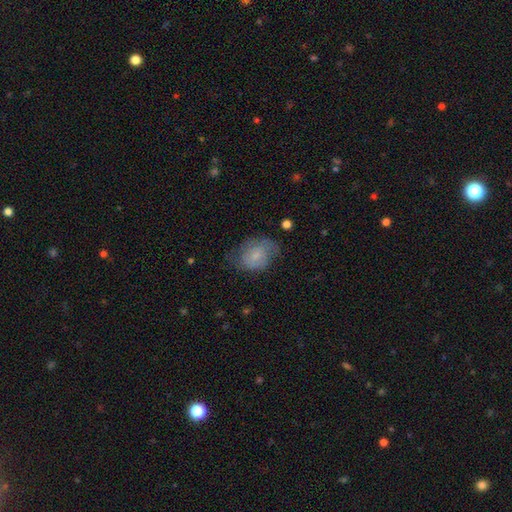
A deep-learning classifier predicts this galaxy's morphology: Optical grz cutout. It shows a smooth galaxy with no disk features (64%) that is in between round and cigar-shaped (67%). Merging: none (55%).